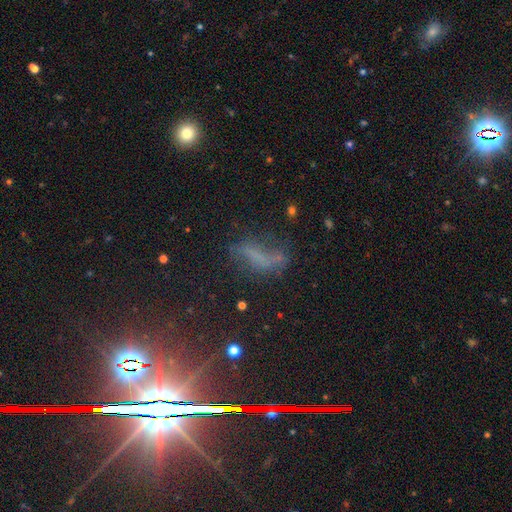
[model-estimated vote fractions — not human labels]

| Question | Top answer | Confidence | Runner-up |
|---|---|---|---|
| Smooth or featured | featured or disk | 34% | tied: smooth (34%) |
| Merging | none | 42% | major disturbance (27%) |